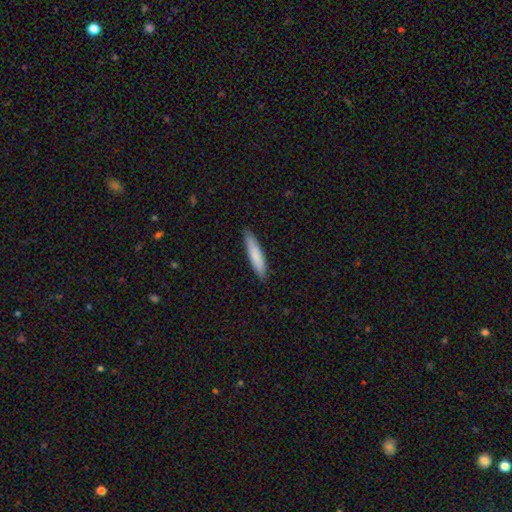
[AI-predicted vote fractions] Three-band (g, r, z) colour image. It shows a smooth galaxy with no disk features (83%) that is cigar-shaped (87%). Merging: none (89%).